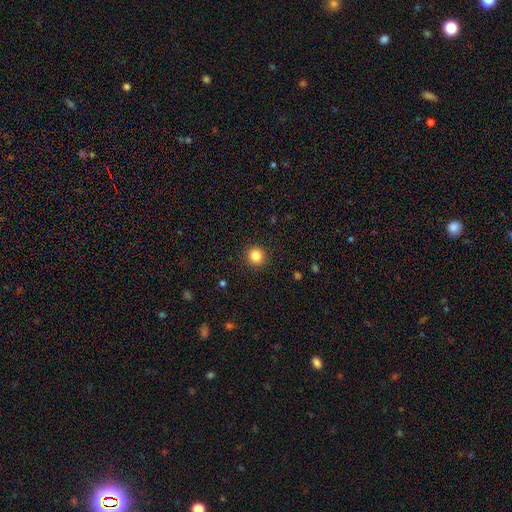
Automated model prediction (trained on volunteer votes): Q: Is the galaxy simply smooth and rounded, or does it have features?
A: smooth — 84%.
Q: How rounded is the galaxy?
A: round — 92%.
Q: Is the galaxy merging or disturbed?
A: none — 92%.